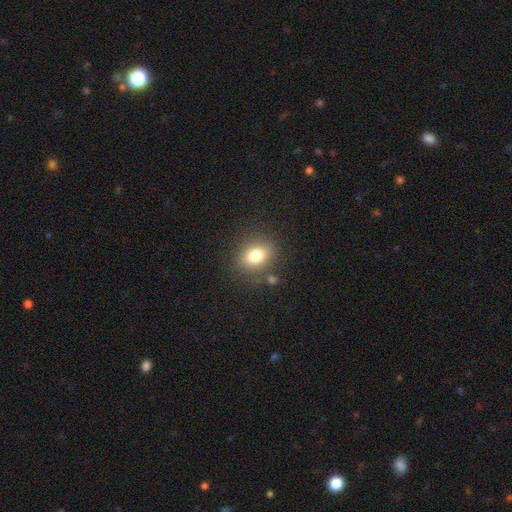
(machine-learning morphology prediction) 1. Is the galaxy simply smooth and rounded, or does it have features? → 79% smooth, 11% star or artifact, 10% featured or disk.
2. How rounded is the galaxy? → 58% in between, 41% round, 1% cigar-shaped.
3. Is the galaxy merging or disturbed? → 81% none, 11% minor disturbance, 4% merger, 4% major disturbance.